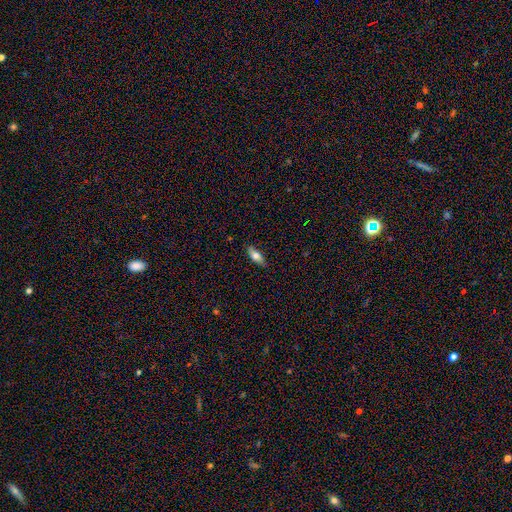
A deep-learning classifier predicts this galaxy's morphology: smooth_or_featured: smooth (p=0.66) [alt: featured or disk p=0.27]
how_rounded: in between (p=0.69) [alt: cigar-shaped p=0.28]
merging: none (p=0.85) [alt: minor disturbance p=0.12]